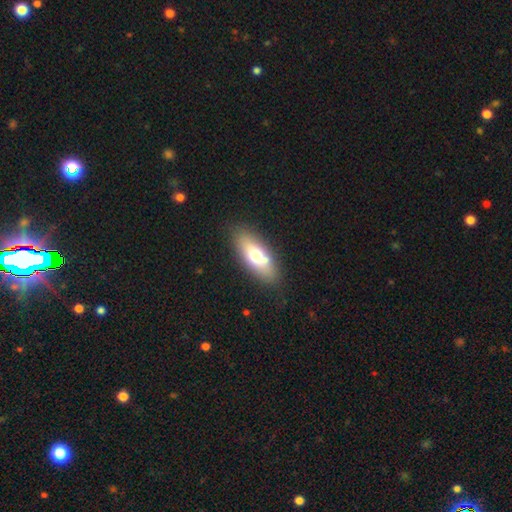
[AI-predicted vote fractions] Smooth or featured? smooth (62%)
How rounded? in between (78%)
Merging? none (77%)